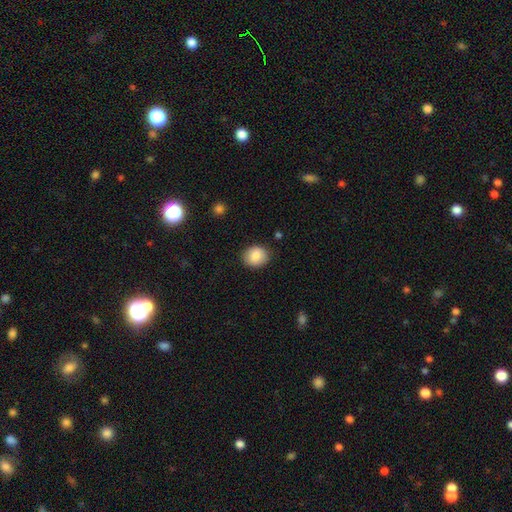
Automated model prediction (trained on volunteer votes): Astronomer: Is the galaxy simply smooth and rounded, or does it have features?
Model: smooth — 85%.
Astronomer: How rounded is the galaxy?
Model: round — 65%.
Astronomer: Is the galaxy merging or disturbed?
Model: none — 86%.